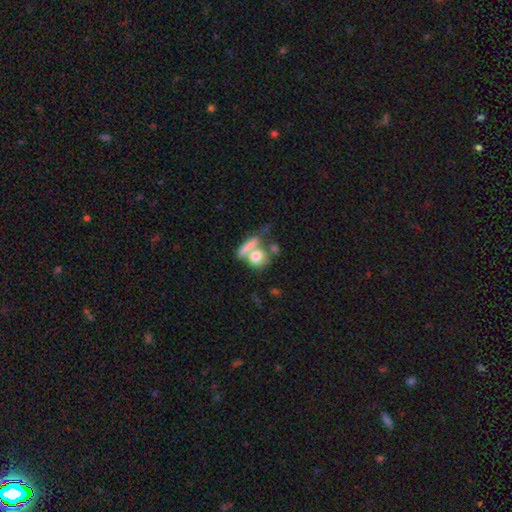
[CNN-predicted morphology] This appears to be a smooth galaxy with no disk features (71%) that is round (61%). Merging: merger (42%).